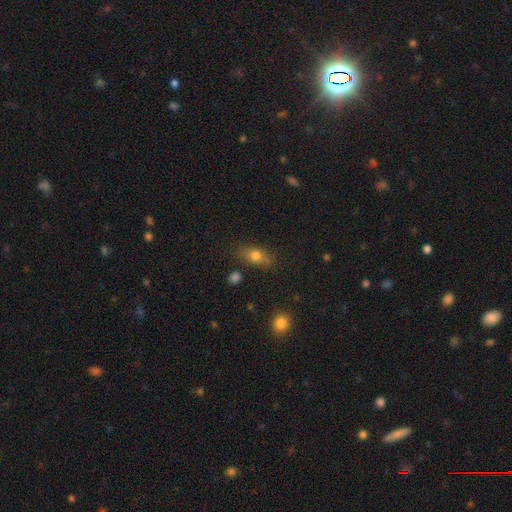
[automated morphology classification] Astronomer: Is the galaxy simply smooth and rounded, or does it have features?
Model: smooth — 72%.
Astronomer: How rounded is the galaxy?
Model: in between — 74%.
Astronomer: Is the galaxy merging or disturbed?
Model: none — 75%.